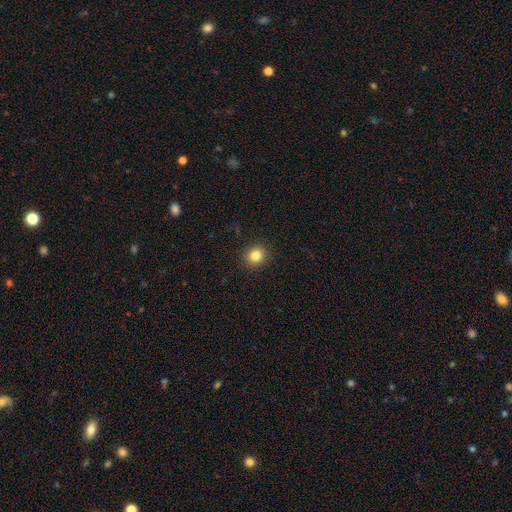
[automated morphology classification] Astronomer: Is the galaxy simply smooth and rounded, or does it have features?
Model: smooth — 83%.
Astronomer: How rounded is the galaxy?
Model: round — 89%.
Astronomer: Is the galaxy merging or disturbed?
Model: none — 92%.